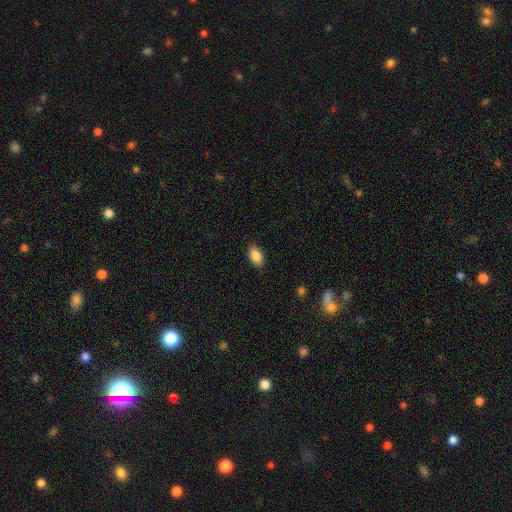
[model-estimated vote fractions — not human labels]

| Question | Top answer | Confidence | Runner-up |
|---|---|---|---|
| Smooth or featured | smooth | 88% | star or artifact (8%) |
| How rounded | in between | 92% | round (5%) |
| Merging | none | 87% | minor disturbance (9%) |